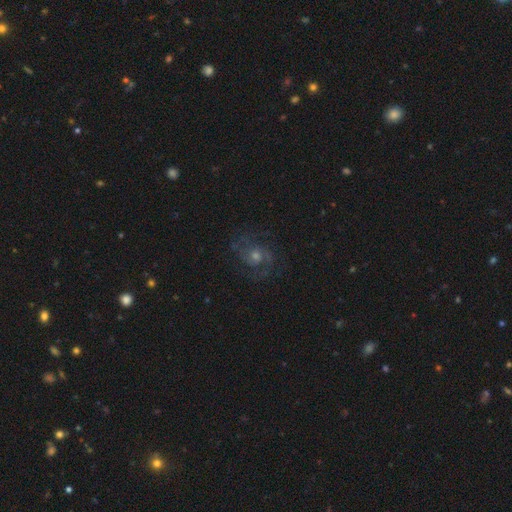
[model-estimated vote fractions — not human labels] A featured or disk galaxy (77%) with no bar (67%), 2 (72%) medium (53%) spiral arms (95%) and a moderate central bulge (55%). Merging: none (76%).